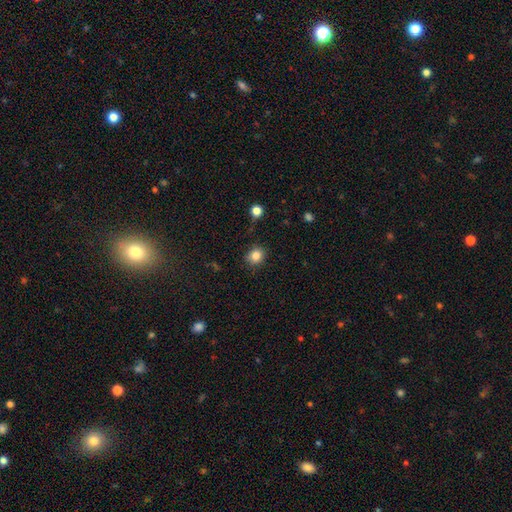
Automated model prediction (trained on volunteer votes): A smooth galaxy with no disk features (83%) that is round (75%).

Vote fractions:
- Smooth or featured? smooth: 83% / star or artifact: 11% / featured or disk: 6%
- How rounded? round: 75% / in between: 24% / cigar-shaped: 1%
- Merging? none: 85% / minor disturbance: 10% / major disturbance: 3% / merger: 2%